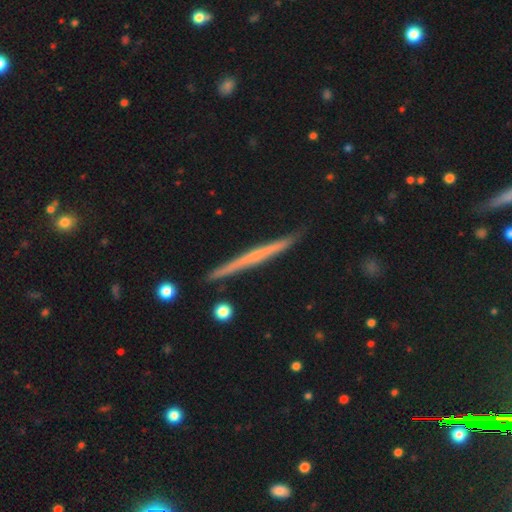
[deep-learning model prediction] Smooth or featured? featured or disk (61%)
Edge-on disk? yes (98%)
Edge-on bulge? none (77%)
Merging? none (90%)